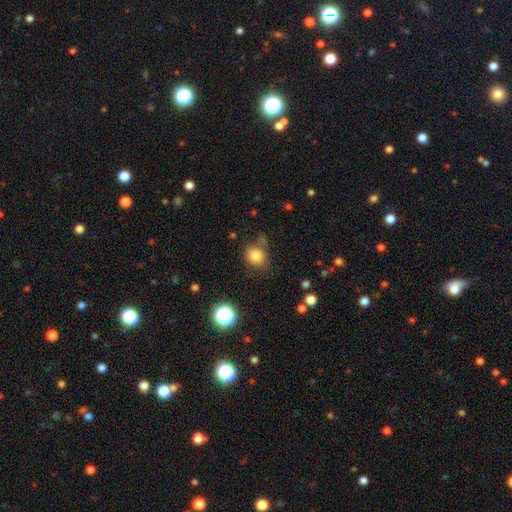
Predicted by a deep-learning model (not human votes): This is clearly a smooth galaxy (80%). How rounded: likely round (61%). Merging: likely none (66%).